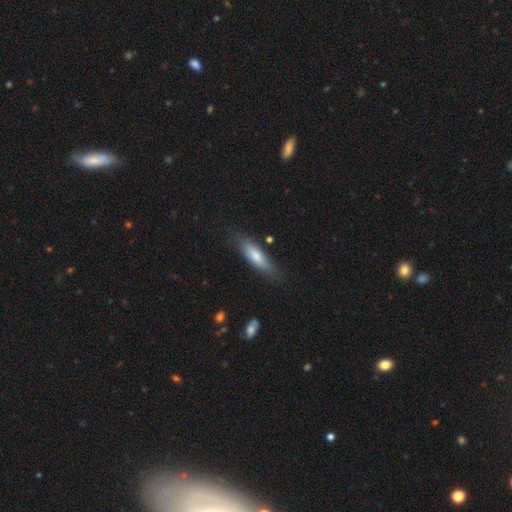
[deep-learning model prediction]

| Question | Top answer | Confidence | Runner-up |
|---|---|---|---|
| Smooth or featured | smooth | 71% | featured or disk (23%) |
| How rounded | cigar-shaped | 57% | in between (42%) |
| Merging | none | 74% | minor disturbance (19%) |